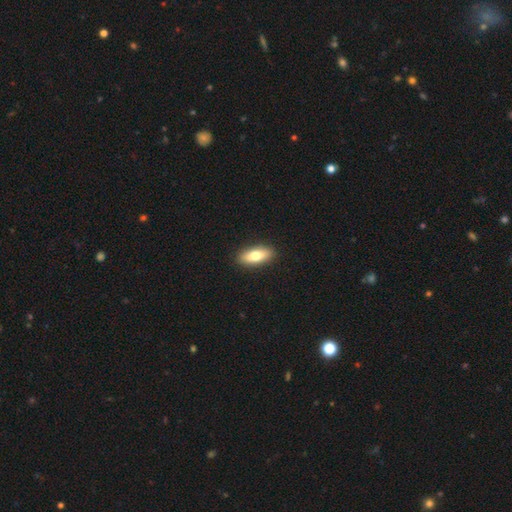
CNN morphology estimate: Q: Smooth or featured?
A: smooth (74%); runner-up: featured or disk (20%)
Q: How rounded?
A: in between (77%); runner-up: cigar-shaped (20%)
Q: Merging?
A: none (91%); runner-up: minor disturbance (7%)